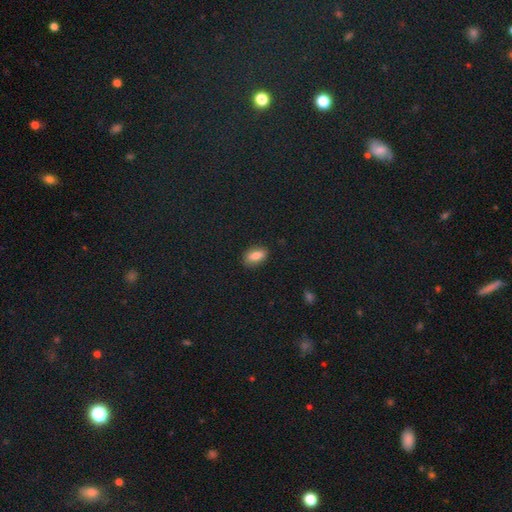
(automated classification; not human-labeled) smooth 82%, star or artifact 10%, featured or disk 9%. Down the decision tree: how rounded — in between (89%); merging — none (84%).